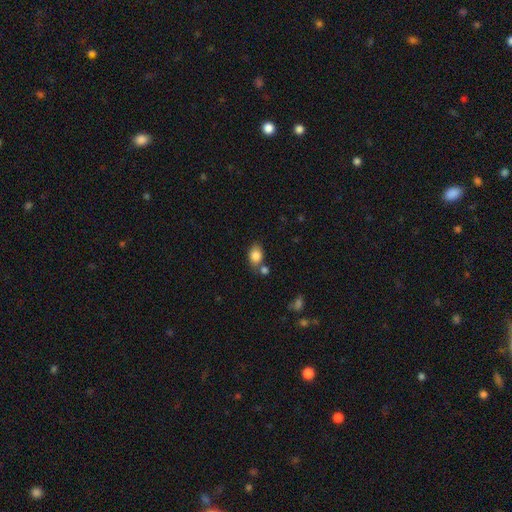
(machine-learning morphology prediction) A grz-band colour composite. It shows a smooth galaxy with no disk features (84%) that is in between round and cigar-shaped (73%). Merging: none (60%).